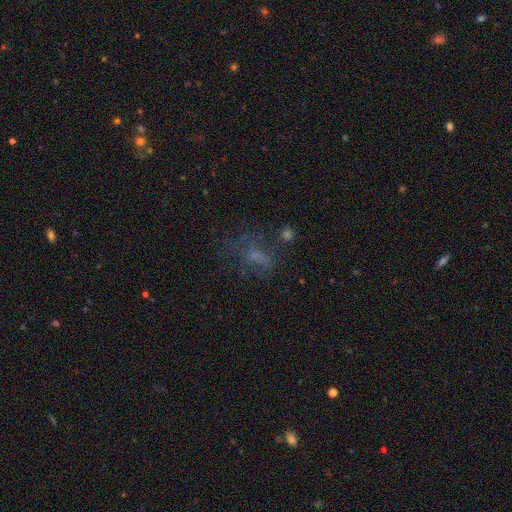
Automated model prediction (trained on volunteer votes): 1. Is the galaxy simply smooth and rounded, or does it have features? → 38% smooth, 31% star or artifact, 31% featured or disk.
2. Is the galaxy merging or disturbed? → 43% none, 33% major disturbance, 19% minor disturbance, 5% merger.